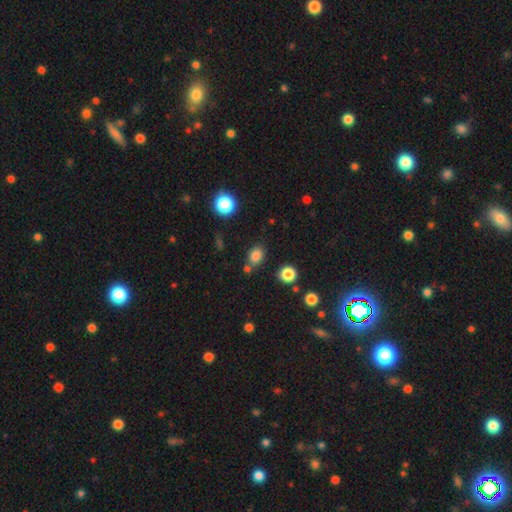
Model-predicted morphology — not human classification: smooth_or_featured: smooth (p=0.81) [alt: star or artifact p=0.13]
how_rounded: in between (p=0.59) [alt: round p=0.40]
merging: none (p=0.71) [alt: minor disturbance p=0.13]